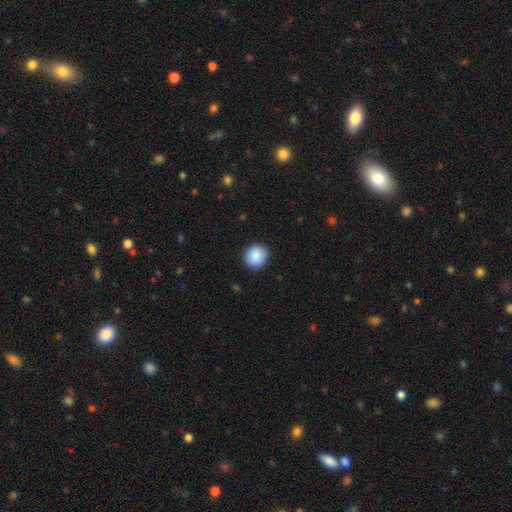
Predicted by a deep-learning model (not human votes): This is clearly a smooth galaxy (89%). How rounded: clearly round (88%). Merging: clearly none (91%).